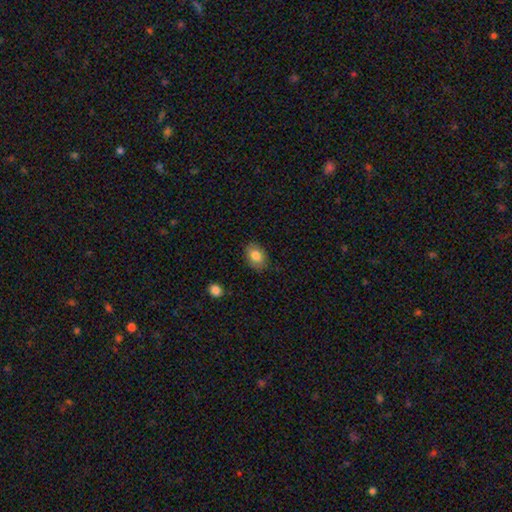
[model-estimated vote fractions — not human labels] Smooth or featured?
  - smooth: 83% *
  - featured or disk: 10%
  - star or artifact: 8%
How rounded?
  - in between: 82% *
  - round: 16%
  - cigar-shaped: 1%
Merging?
  - none: 84% *
  - minor disturbance: 12%
  - major disturbance: 3%
  - merger: 1%